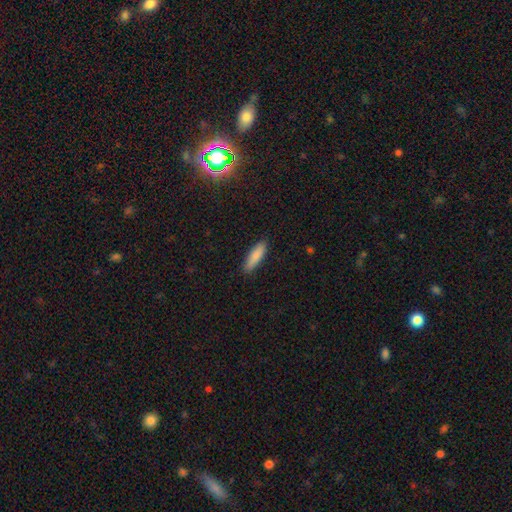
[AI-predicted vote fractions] smooth 86%, featured or disk 8%, star or artifact 6%. Down the decision tree: how rounded — cigar-shaped (60%); merging — none (89%).